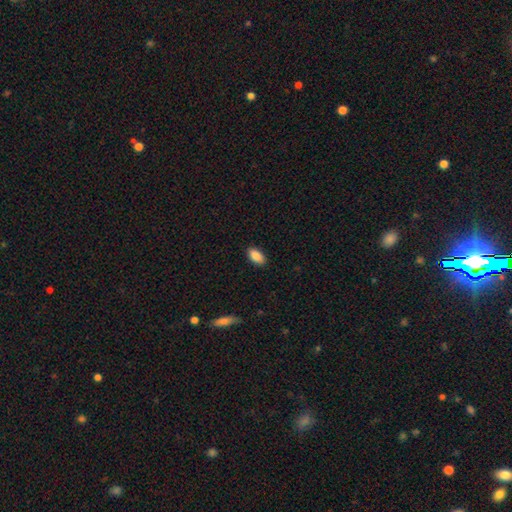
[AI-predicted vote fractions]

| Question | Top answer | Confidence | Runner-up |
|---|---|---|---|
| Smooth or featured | smooth | 88% | star or artifact (7%) |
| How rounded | in between | 93% | cigar-shaped (4%) |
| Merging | none | 89% | minor disturbance (8%) |